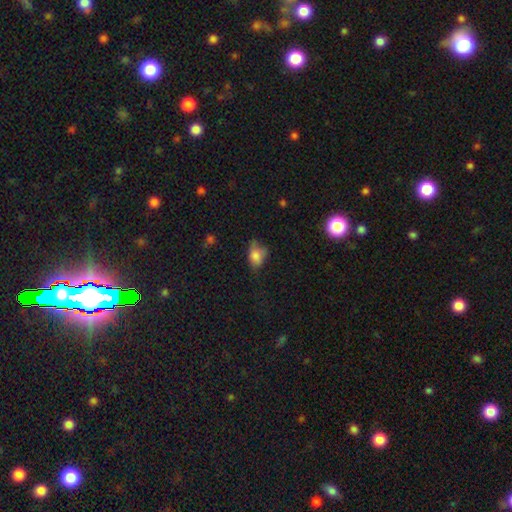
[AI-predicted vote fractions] smooth_or_featured: smooth (p=0.77) [alt: featured or disk p=0.12]
how_rounded: in between (p=0.72) [alt: round p=0.27]
merging: none (p=0.44) [alt: minor disturbance p=0.37]